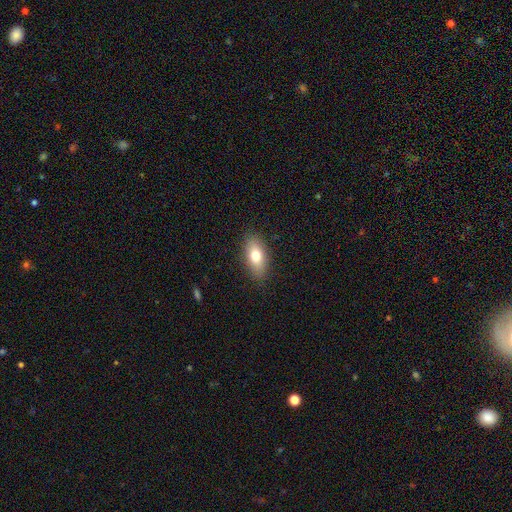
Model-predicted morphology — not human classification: smooth_or_featured: smooth (p=0.76) [alt: featured or disk p=0.17]
how_rounded: in between (p=0.87) [alt: cigar-shaped p=0.09]
merging: none (p=0.86) [alt: minor disturbance p=0.10]